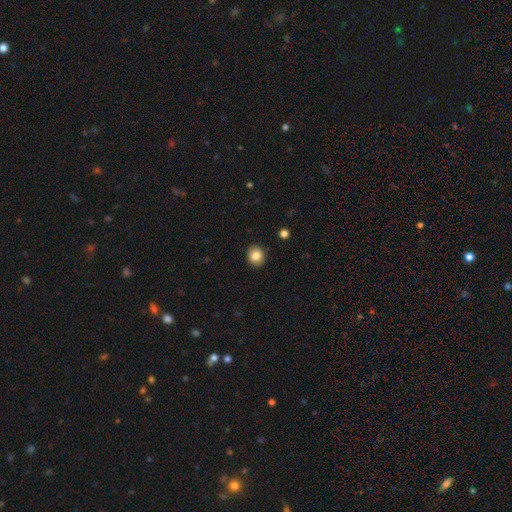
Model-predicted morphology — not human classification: type=smooth (83%); roundness=round (70%); merging=none (91%).